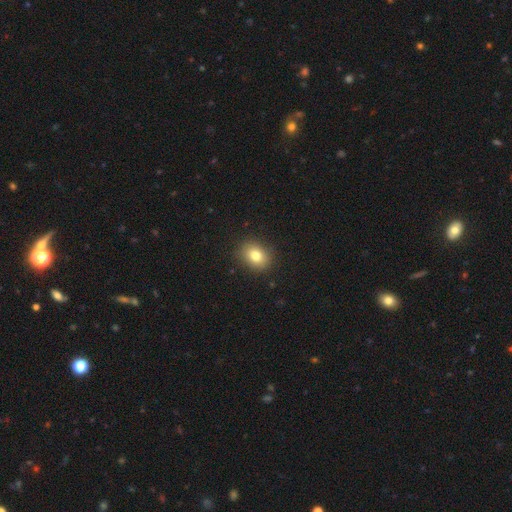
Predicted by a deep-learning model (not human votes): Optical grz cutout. It shows a smooth galaxy with no disk features (80%) that is in between round and cigar-shaped (56%). Merging: none (88%).